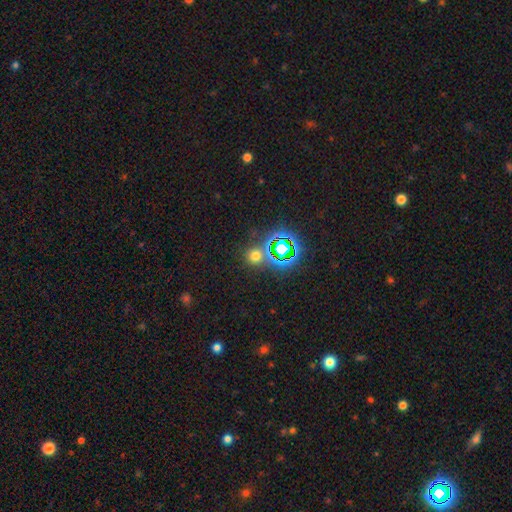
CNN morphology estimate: smooth-or-featured: smooth: 55% | star or artifact: 38% | featured or disk: 7%
  how-rounded: round: 88% | in between: 11% | cigar-shaped: 1%
  merging: none: 77% | merger: 12% | minor disturbance: 8% | major disturbance: 4%